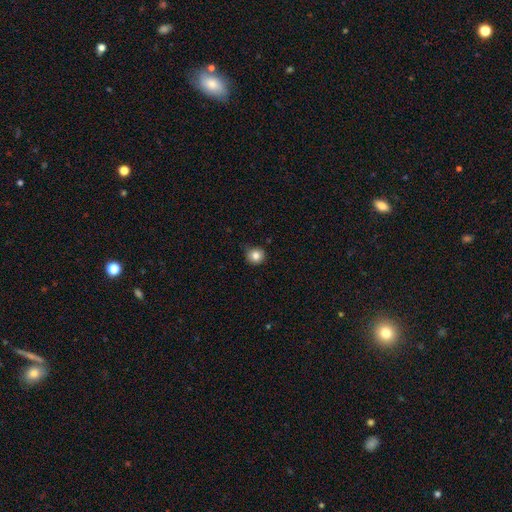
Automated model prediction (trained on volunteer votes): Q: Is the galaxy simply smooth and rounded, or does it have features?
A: smooth — 83%.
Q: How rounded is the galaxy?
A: round — 91%.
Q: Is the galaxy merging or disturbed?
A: none — 81%.